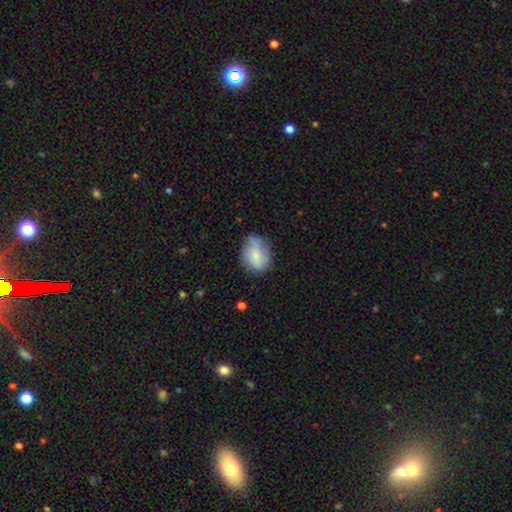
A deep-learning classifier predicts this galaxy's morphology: This is likely a smooth galaxy (63%). How rounded: likely in between (69%). Merging: possibly none (59%).